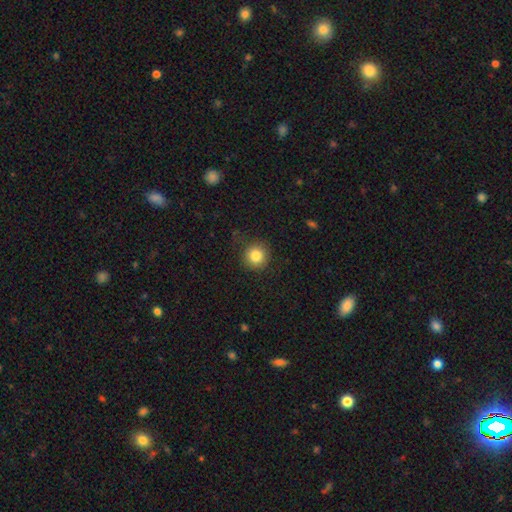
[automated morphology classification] smooth_or_featured: smooth (p=0.84) [alt: star or artifact p=0.10]
how_rounded: round (p=0.92) [alt: in between p=0.07]
merging: none (p=0.83) [alt: minor disturbance p=0.12]